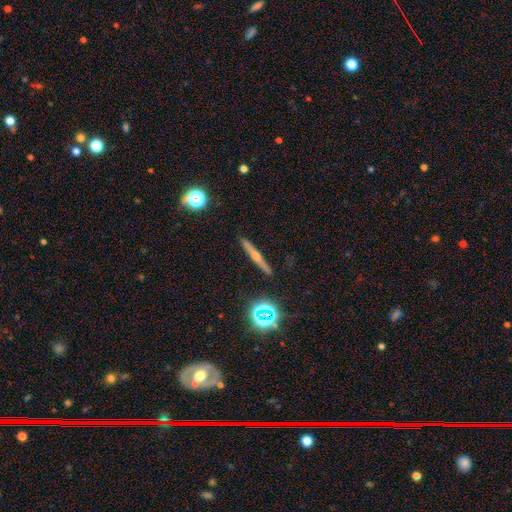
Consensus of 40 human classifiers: smooth-or-featured: featured or disk: 68% | smooth: 25% | star or artifact: 8%
  disk-edge-on: yes: 100% | no: 0%
    edge-on-bulge: rounded: 93% | boxy: 7% | none: 0%
  merging: none: 100% | minor disturbance: 0% | major disturbance: 0% | merger: 0%